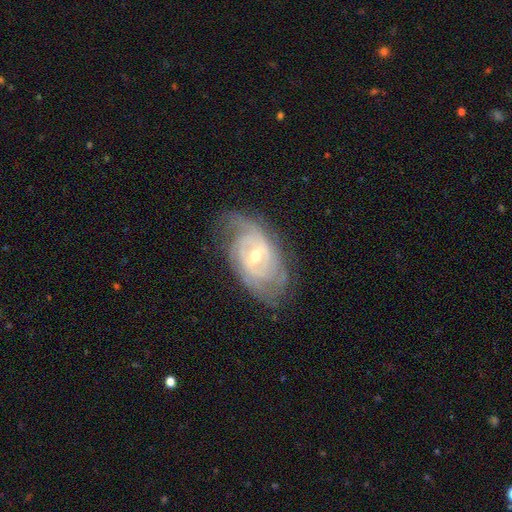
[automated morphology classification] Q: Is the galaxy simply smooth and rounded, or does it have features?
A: featured or disk — 87%.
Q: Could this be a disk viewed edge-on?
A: no — 95%.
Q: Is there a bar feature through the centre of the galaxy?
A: weak — 49%.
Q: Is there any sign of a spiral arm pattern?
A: yes — 96%.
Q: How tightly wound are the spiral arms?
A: tight — 66%.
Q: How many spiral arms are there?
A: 2 — 32%.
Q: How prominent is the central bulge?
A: moderate — 52%.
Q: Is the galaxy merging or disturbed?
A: none — 71%.